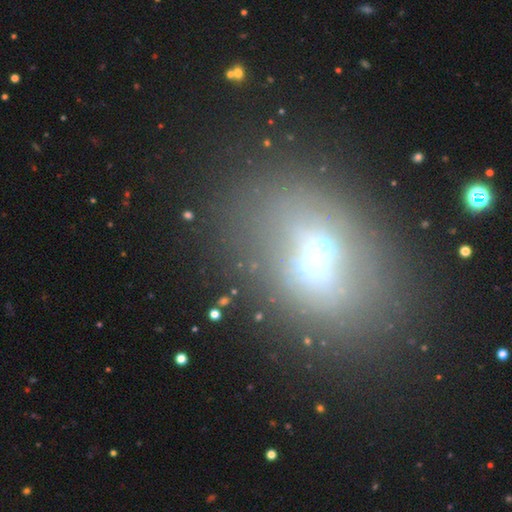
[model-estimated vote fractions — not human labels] smooth-or-featured: smooth: 47% | featured or disk: 28% | star or artifact: 25%
  merging: none: 66% | minor disturbance: 15% | merger: 11% | major disturbance: 9%